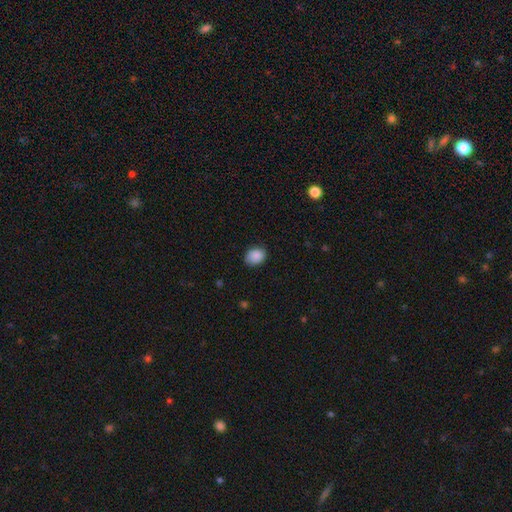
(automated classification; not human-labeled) This appears to be a smooth galaxy with no disk features (88%) that is in between round and cigar-shaped (57%). Merging: none (79%).